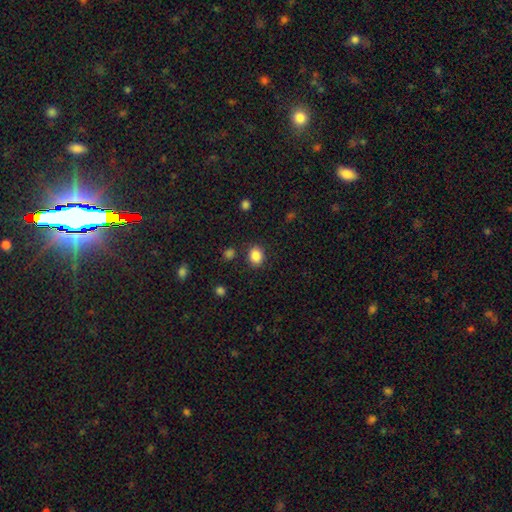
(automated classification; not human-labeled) Smooth or featured? smooth (86%)
How rounded? round (51%)
Merging? none (84%)